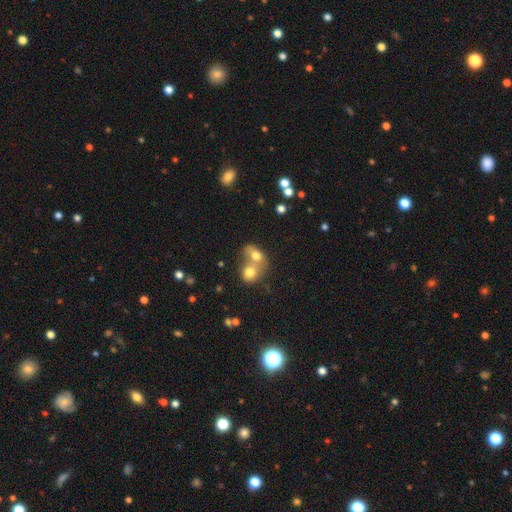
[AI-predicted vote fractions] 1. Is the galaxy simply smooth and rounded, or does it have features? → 71% smooth, 19% featured or disk, 10% star or artifact.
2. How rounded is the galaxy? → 50% round, 49% in between, 1% cigar-shaped.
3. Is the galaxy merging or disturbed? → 74% merger, 16% none, 6% minor disturbance, 4% major disturbance.